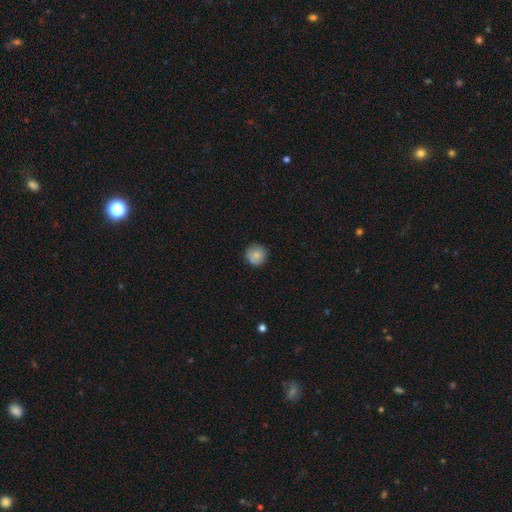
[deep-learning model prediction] This is likely a smooth galaxy (79%). How rounded: clearly round (95%). Merging: clearly none (85%).